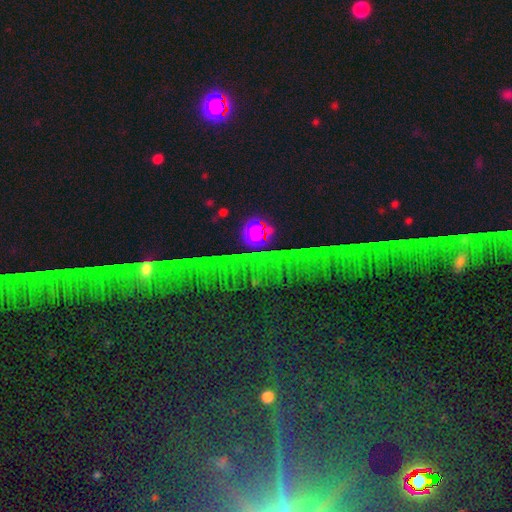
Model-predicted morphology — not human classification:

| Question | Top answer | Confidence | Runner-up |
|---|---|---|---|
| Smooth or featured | star or artifact | 83% | featured or disk (9%) |